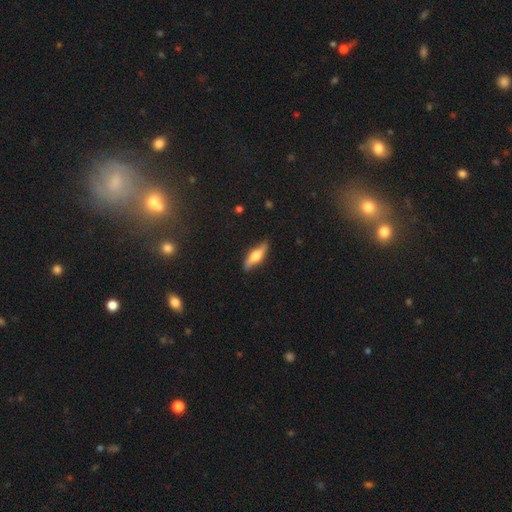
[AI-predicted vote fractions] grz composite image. It shows a featured or disk galaxy (54%) viewed edge-on (85%). Merging: none (82%).